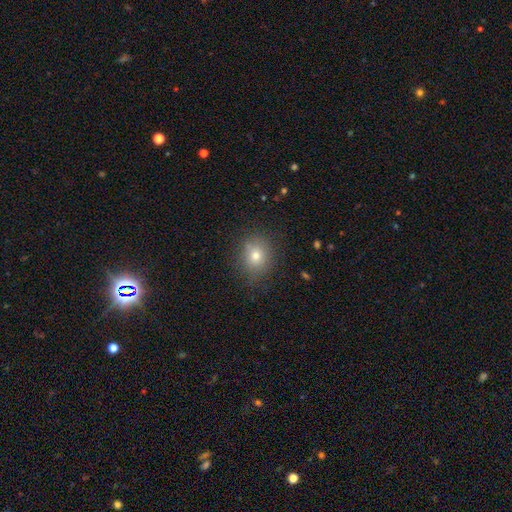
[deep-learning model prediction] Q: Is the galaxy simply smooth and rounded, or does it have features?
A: smooth — 73%.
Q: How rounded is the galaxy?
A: round — 72%.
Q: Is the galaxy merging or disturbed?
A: none — 81%.